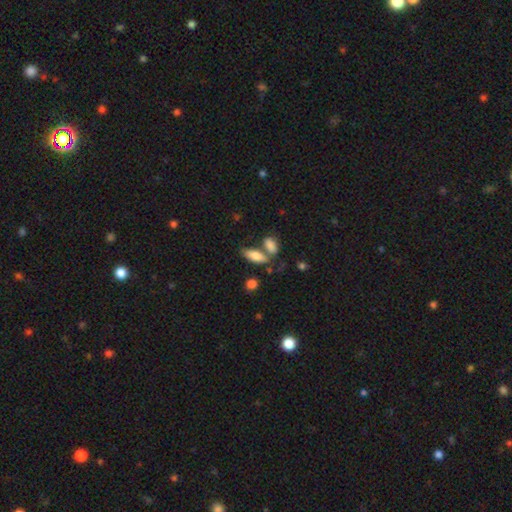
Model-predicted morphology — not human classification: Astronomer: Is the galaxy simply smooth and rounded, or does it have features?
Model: smooth — 80%.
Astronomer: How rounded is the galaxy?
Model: in between — 75%.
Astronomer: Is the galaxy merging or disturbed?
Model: none — 51% (runner-up: merger, 31%).